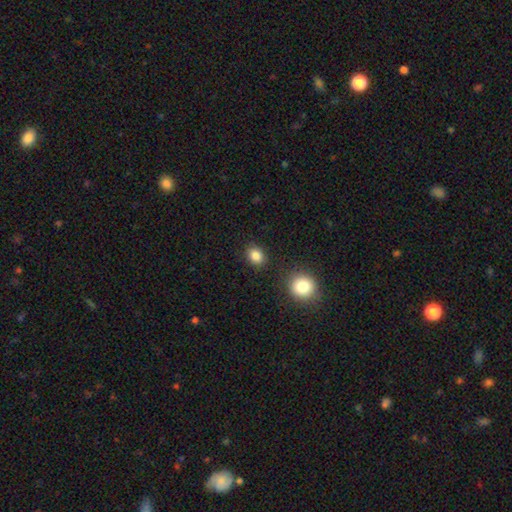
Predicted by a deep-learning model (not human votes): This appears to be a smooth galaxy with no disk features (85%) that is in between round and cigar-shaped (54%). Merging: none (85%).